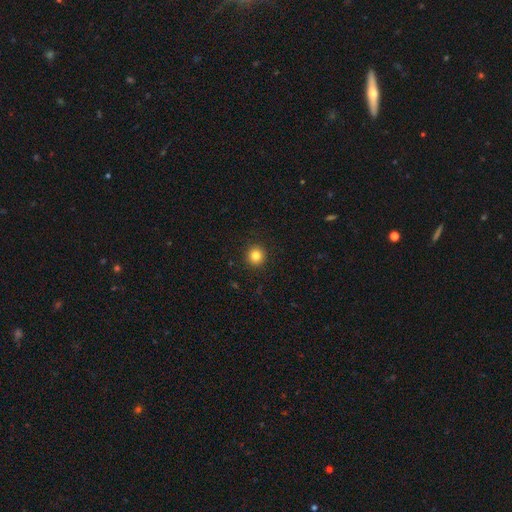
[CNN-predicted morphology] Overall: smooth (84%). How rounded: round (93%). Merging: none (93%).